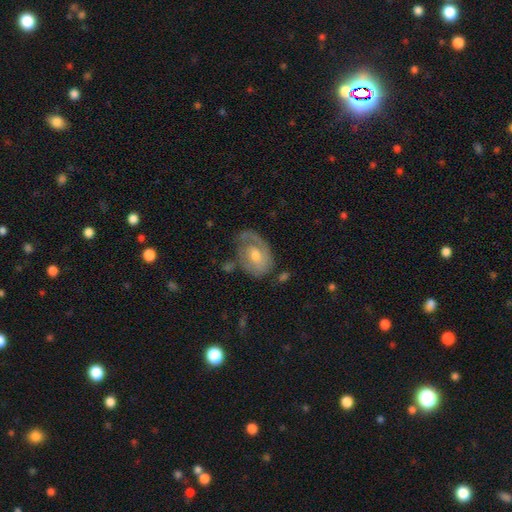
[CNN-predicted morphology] This is likely a featured or disk galaxy (66%). It is clearly not viewed edge-on (96%). Bar: likely no (63%). Spiral arm pattern: likely yes (77%). Central bulge: likely moderate (65%). Merging: possibly none (53%).